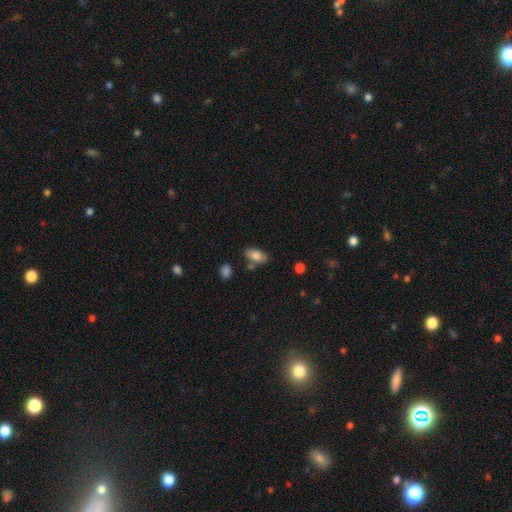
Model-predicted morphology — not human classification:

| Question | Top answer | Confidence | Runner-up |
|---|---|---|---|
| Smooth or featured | smooth | 83% | featured or disk (10%) |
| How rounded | in between | 92% | cigar-shaped (4%) |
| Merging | none | 73% | minor disturbance (15%) |